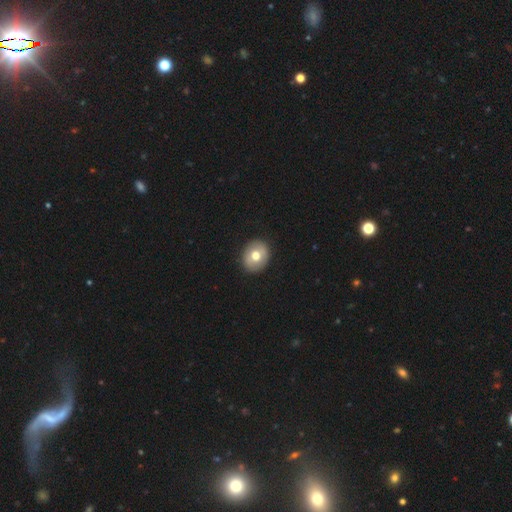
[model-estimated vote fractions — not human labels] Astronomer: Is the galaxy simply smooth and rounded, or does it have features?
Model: smooth — 69%.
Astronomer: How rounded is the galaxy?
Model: round — 64%.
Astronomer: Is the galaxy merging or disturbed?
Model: none — 91%.